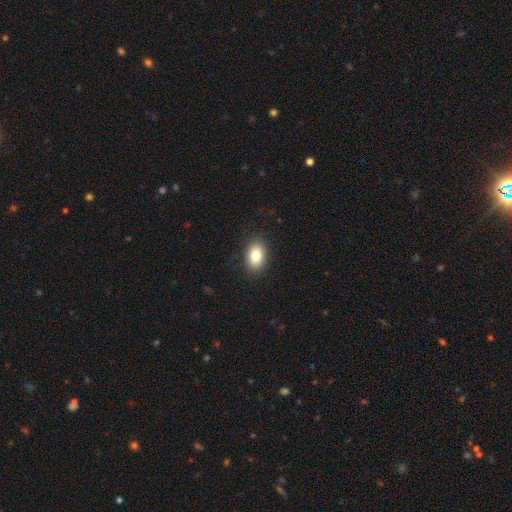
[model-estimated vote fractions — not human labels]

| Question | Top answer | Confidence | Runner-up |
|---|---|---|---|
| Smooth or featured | smooth | 82% | featured or disk (9%) |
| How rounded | in between | 86% | round (12%) |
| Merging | none | 88% | minor disturbance (8%) |